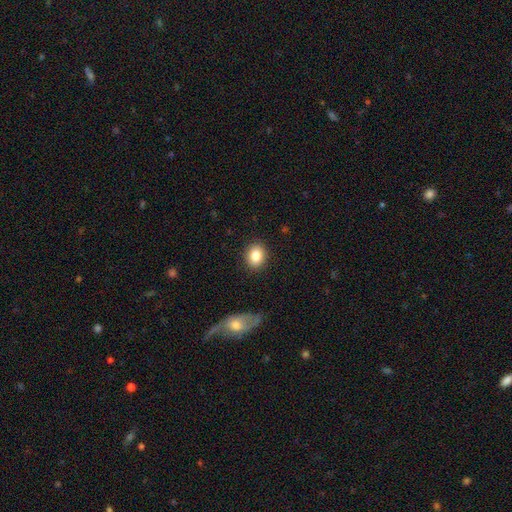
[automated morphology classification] Smooth or featured? Predicted: smooth (p=0.85). How rounded? Predicted: round (p=0.50). Merging? Predicted: none (p=0.88).